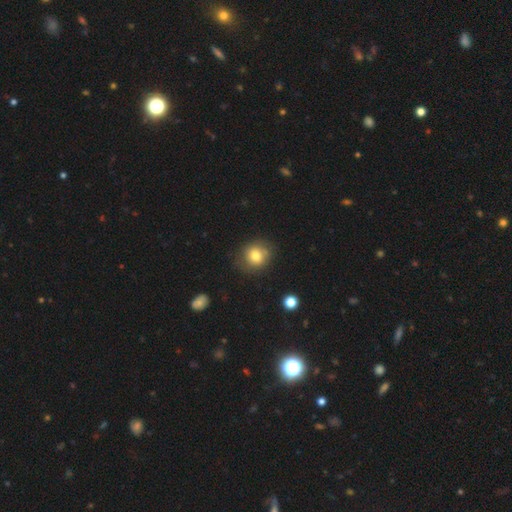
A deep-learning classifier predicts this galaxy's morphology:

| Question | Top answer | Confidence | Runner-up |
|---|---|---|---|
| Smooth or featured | smooth | 77% | featured or disk (13%) |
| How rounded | round | 79% | in between (20%) |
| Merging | none | 75% | minor disturbance (17%) |